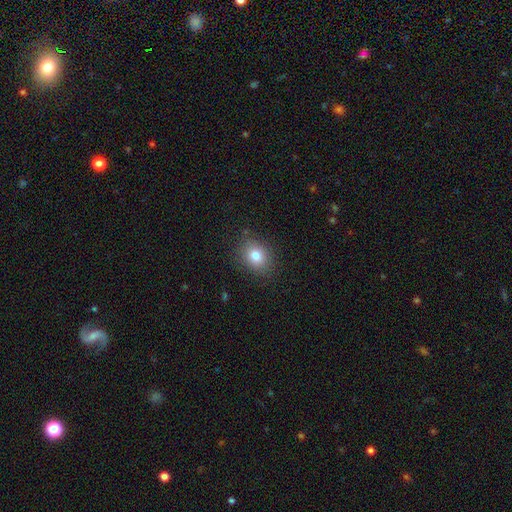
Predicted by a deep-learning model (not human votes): A smooth galaxy with no disk features (80%) that is round (52%).

Vote fractions:
- Smooth or featured? smooth: 80% / star or artifact: 11% / featured or disk: 9%
- How rounded? round: 52% / in between: 48% / cigar-shaped: 1%
- Merging? none: 85% / minor disturbance: 10% / major disturbance: 3% / merger: 1%